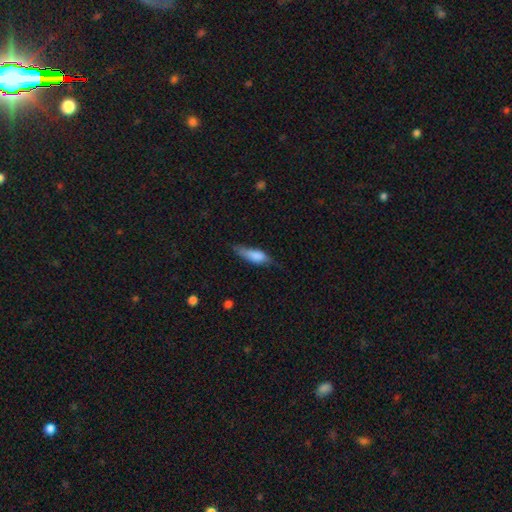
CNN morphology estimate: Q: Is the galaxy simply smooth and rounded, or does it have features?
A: smooth — 77%.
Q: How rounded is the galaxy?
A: in between — 54%.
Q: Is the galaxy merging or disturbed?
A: none — 50%.